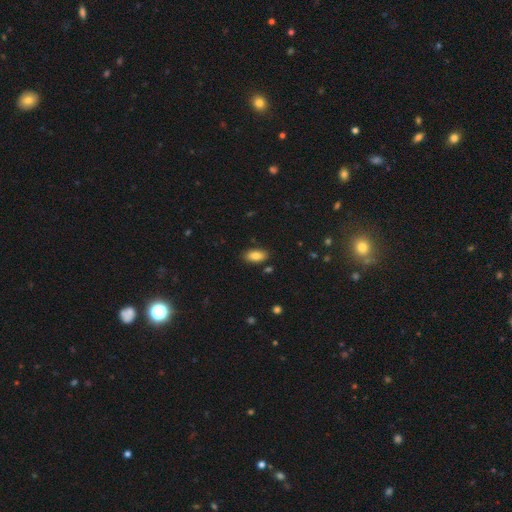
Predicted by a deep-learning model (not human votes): smooth-or-featured: smooth: 85% | star or artifact: 8% | featured or disk: 7%
  how-rounded: in between: 92% | round: 4% | cigar-shaped: 4%
  merging: none: 86% | minor disturbance: 10% | major disturbance: 2% | merger: 2%